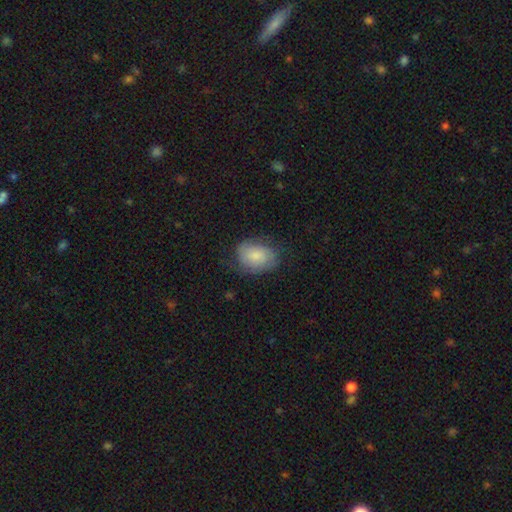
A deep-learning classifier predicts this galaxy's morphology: Q: Smooth or featured?
A: smooth (70%); runner-up: featured or disk (23%)
Q: How rounded?
A: in between (72%); runner-up: round (27%)
Q: Merging?
A: none (65%); runner-up: minor disturbance (24%)